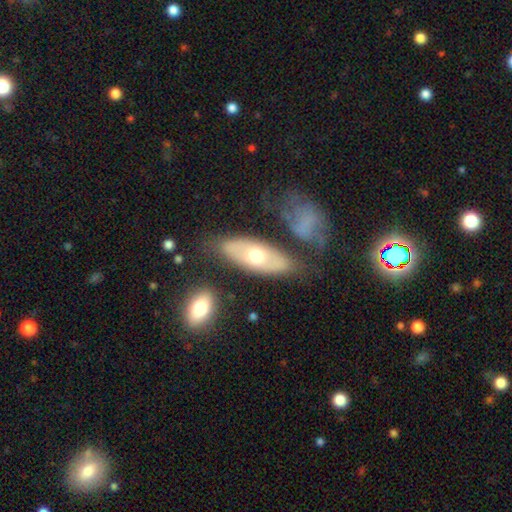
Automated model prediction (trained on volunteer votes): A smooth galaxy with no disk features (50%) that is in between round and cigar-shaped (77%).

Vote fractions:
- Smooth or featured? smooth: 50% / featured or disk: 44% / star or artifact: 6%
- How rounded? in between: 77% / cigar-shaped: 19% / round: 4%
- Merging? none: 66% / minor disturbance: 18% / merger: 10% / major disturbance: 7%